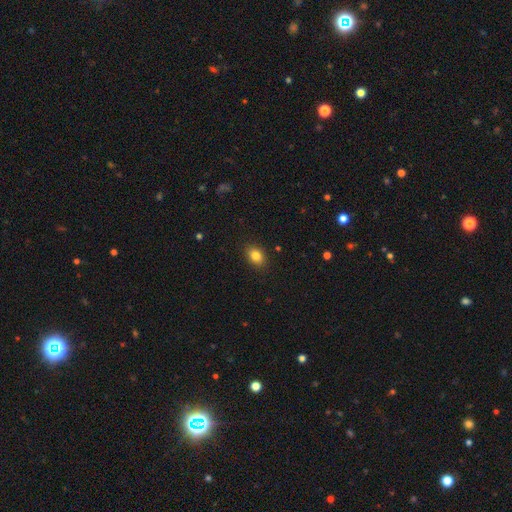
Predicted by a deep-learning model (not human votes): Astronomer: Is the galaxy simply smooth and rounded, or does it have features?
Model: smooth — 84%.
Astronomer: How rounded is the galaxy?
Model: in between — 70%.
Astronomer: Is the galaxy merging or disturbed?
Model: none — 88%.